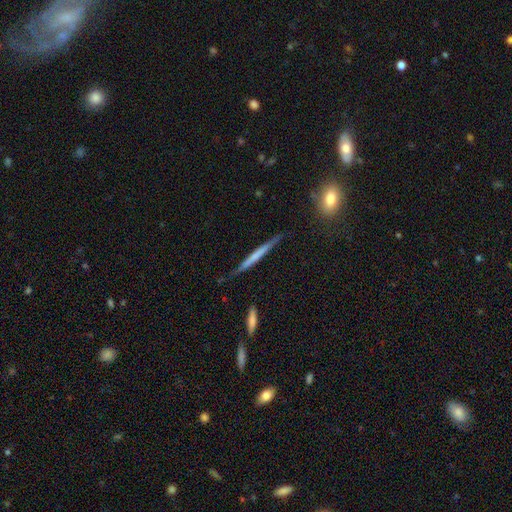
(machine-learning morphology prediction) smooth_or_featured: featured or disk (p=0.50) [alt: smooth p=0.44]
disk_edge_on: yes (p=0.95) [alt: no p=0.05]
merging: none (p=0.81) [alt: minor disturbance p=0.14]